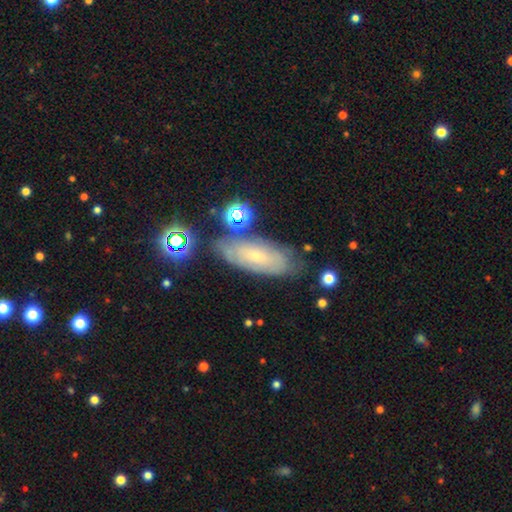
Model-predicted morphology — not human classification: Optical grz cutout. It shows a featured or disk galaxy (51%). Merging: none (70%).